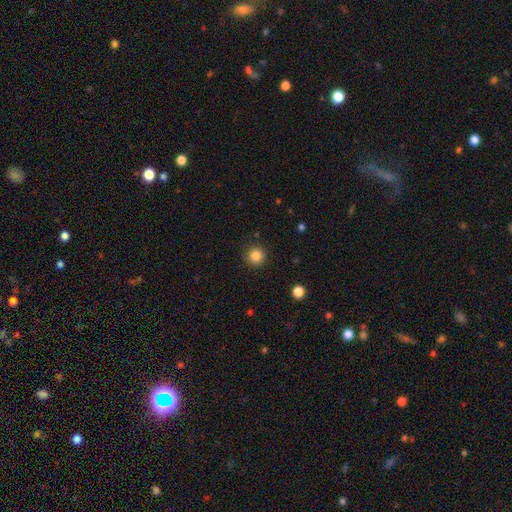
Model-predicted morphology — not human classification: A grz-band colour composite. It shows a smooth galaxy with no disk features (84%) that is round (95%). Merging: none (90%).